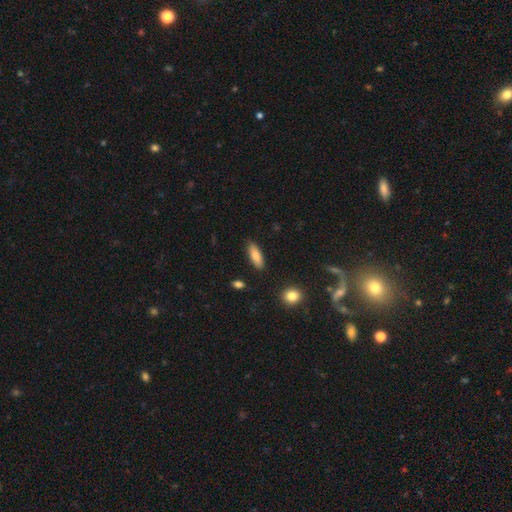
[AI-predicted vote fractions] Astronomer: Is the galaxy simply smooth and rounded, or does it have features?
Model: smooth — 82%.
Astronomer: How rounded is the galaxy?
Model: in between — 61% (runner-up: cigar-shaped, 37%).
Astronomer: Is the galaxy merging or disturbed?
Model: none — 87%.